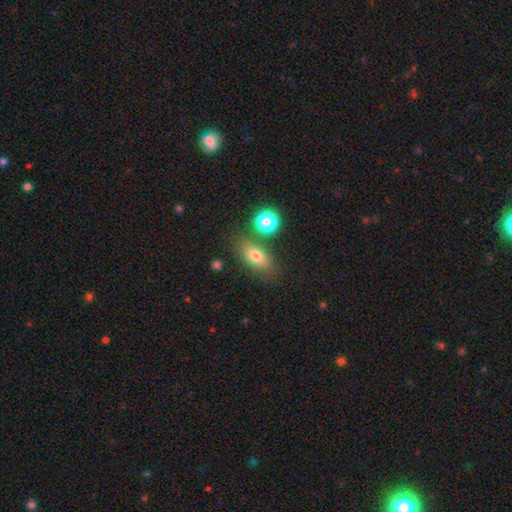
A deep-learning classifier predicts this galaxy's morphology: Smooth or featured?
  - smooth: 74% *
  - featured or disk: 15%
  - star or artifact: 11%
How rounded?
  - in between: 79% *
  - cigar-shaped: 11%
  - round: 10%
Merging?
  - none: 72% *
  - minor disturbance: 14%
  - merger: 10%
  - major disturbance: 5%